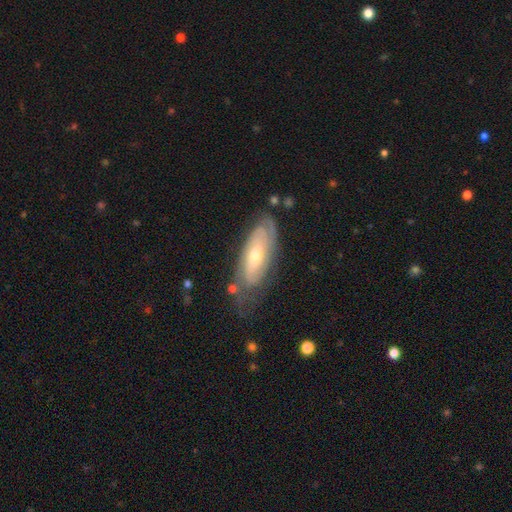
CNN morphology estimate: type=featured or disk (69%); edge-on=no (84%); bar=no (70%); spiral arms=yes (81%); bulge=moderate (50%); merging=none (63%).